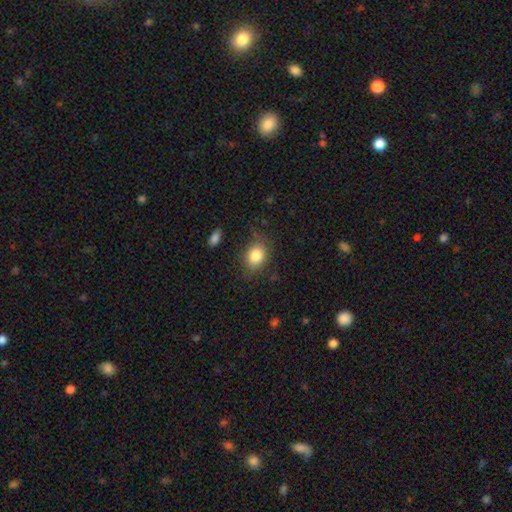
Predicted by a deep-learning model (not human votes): Smooth or featured? smooth (82%)
How rounded? in between (61%)
Merging? none (73%)